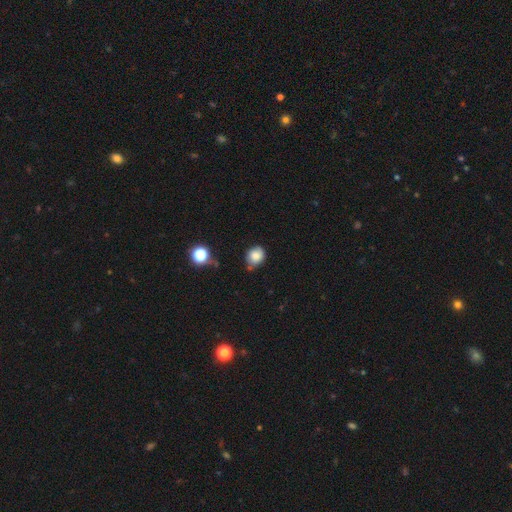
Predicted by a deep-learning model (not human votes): A smooth galaxy with no disk features (82%) that is round (65%).

Vote fractions:
- Smooth or featured? smooth: 82% / star or artifact: 11% / featured or disk: 8%
- How rounded? round: 65% / in between: 34% / cigar-shaped: 1%
- Merging? none: 64% / minor disturbance: 26% / major disturbance: 5% / merger: 5%